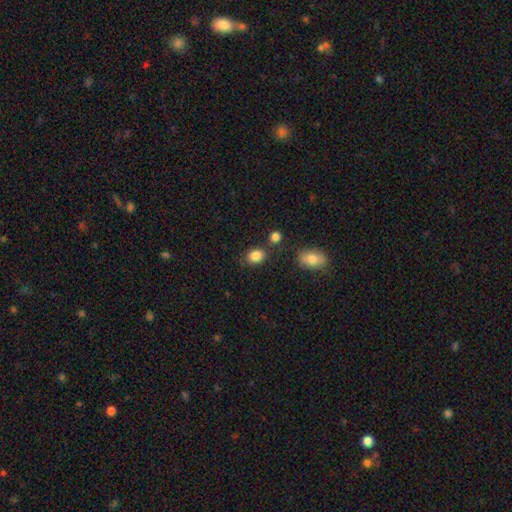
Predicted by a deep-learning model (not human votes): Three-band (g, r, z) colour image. It shows a smooth galaxy with no disk features (86%) that is in between round and cigar-shaped (59%). Merging: none (76%).